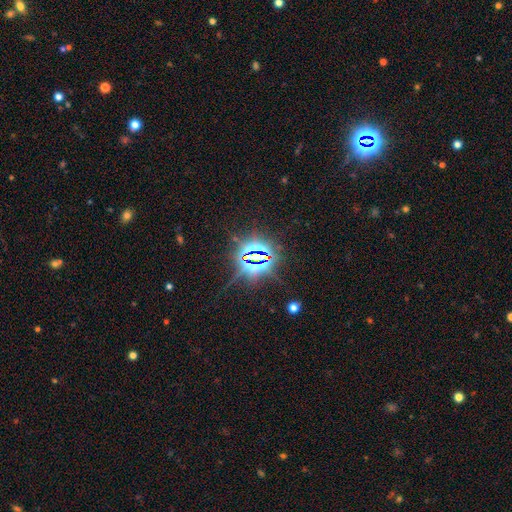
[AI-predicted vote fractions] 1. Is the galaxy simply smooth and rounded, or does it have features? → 84% star or artifact, 8% smooth, 8% featured or disk.